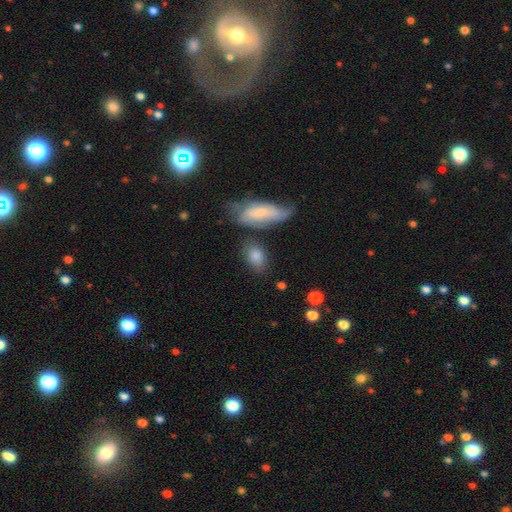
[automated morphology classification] Smooth or featured? smooth (78%)
How rounded? in between (83%)
Merging? none (60%)